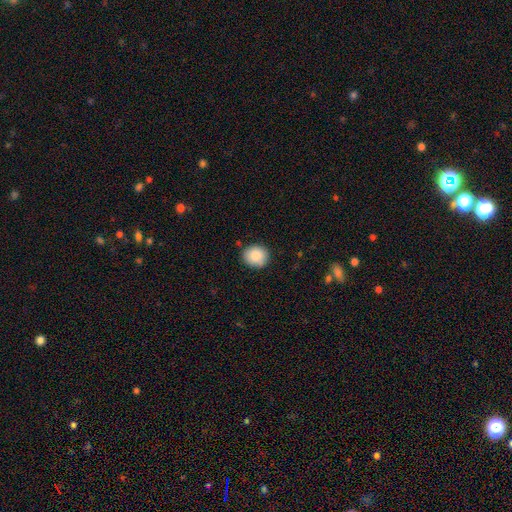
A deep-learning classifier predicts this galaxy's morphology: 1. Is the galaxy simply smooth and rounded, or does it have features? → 87% smooth, 8% star or artifact, 6% featured or disk.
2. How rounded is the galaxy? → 81% round, 18% in between, 1% cigar-shaped.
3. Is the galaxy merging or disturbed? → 86% none, 10% minor disturbance, 2% major disturbance, 1% merger.